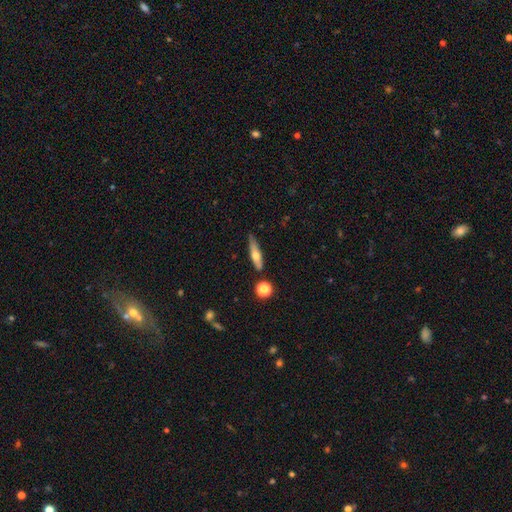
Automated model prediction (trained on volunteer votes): Overall: smooth (52%; featured or disk 40%). How rounded: cigar-shaped (74%). Merging: none (73%).